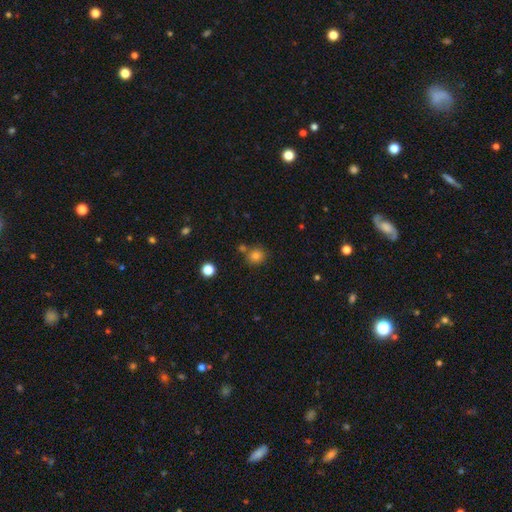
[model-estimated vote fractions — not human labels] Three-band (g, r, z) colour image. It shows a smooth galaxy with no disk features (81%) that is round (86%). Merging: none (74%).